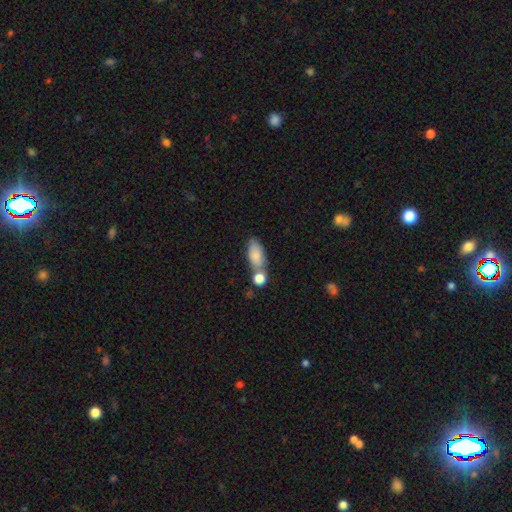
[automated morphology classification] This is clearly a smooth galaxy (81%). How rounded: clearly in between (85%). Merging: possibly none (47%).